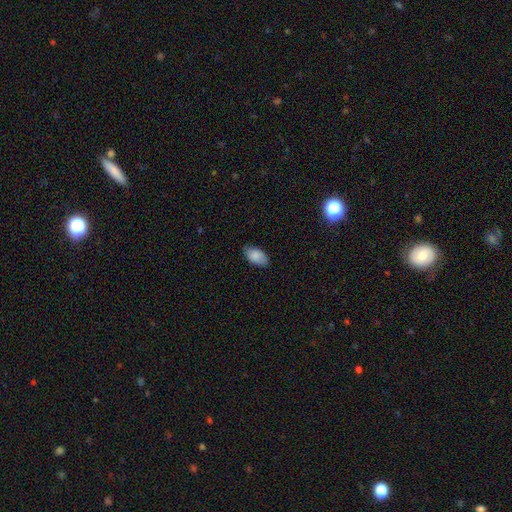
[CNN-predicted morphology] Overall: smooth (85%). How rounded: in between (95%). Merging: none (81%).